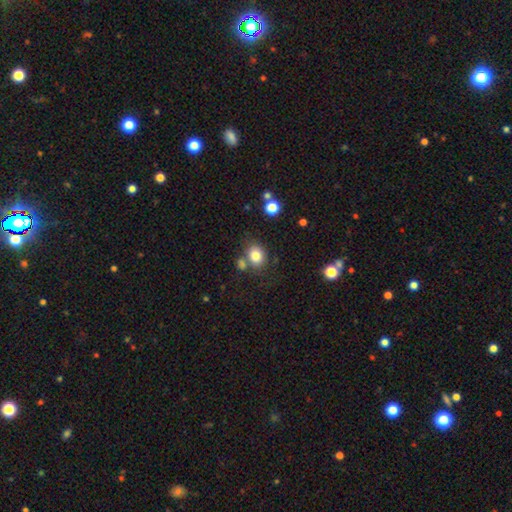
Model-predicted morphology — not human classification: This appears to be a smooth galaxy with no disk features (81%) that is round (55%). Merging: none (65%).